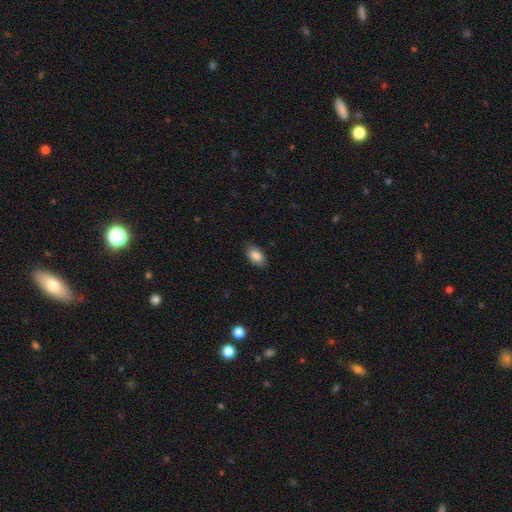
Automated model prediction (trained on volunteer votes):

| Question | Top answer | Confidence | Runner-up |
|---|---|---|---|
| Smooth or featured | smooth | 85% | featured or disk (7%) |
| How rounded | in between | 93% | round (5%) |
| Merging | none | 86% | minor disturbance (11%) |